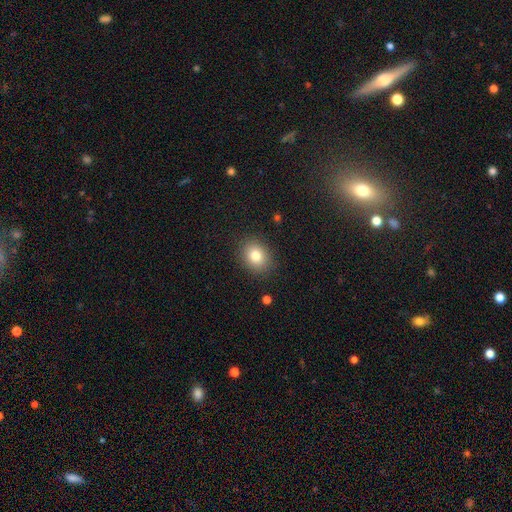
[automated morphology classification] The model was most divided on "how rounded": round: 56%, in between: 43%, cigar-shaped: 1%. More confident: merging — none (88%); smooth or featured — smooth (80%).